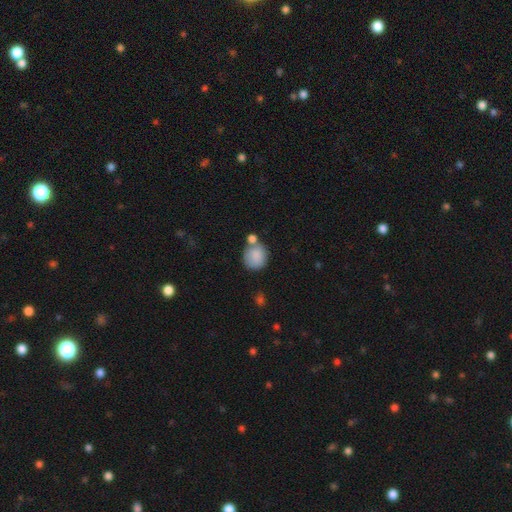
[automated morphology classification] Smooth or featured?
  - smooth: 85% *
  - featured or disk: 8%
  - star or artifact: 7%
How rounded?
  - round: 80% *
  - in between: 19%
  - cigar-shaped: 1%
Merging?
  - none: 51% *
  - merger: 28%
  - minor disturbance: 15%
  - major disturbance: 6%